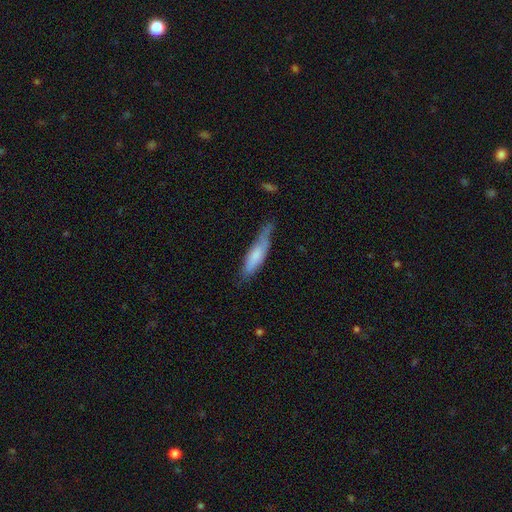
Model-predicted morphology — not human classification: type=smooth (68%); roundness=cigar-shaped (74%); merging=none (53%).